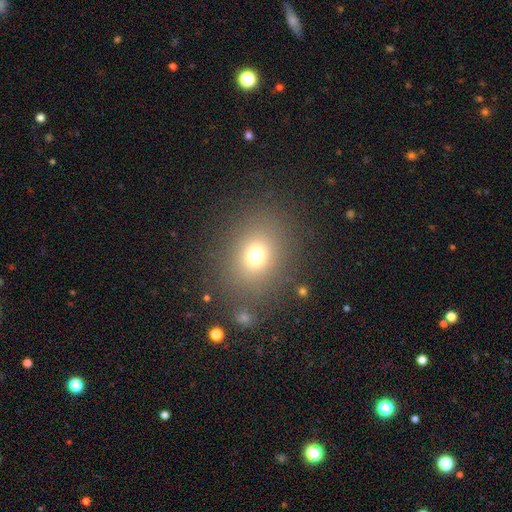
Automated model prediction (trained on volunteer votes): smooth 70%, star or artifact 20%, featured or disk 10%. Down the decision tree: how rounded — round (64%); merging — none (80%).